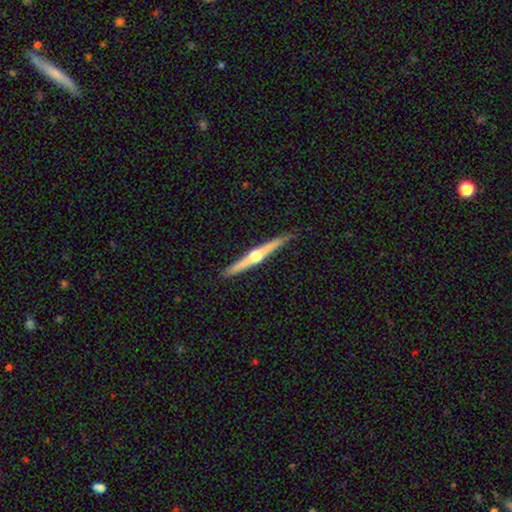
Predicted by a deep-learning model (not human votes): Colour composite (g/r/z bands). It shows a featured or disk galaxy (79%) viewed edge-on (98%) with a rounded central bulge (95%). Merging: none (89%).